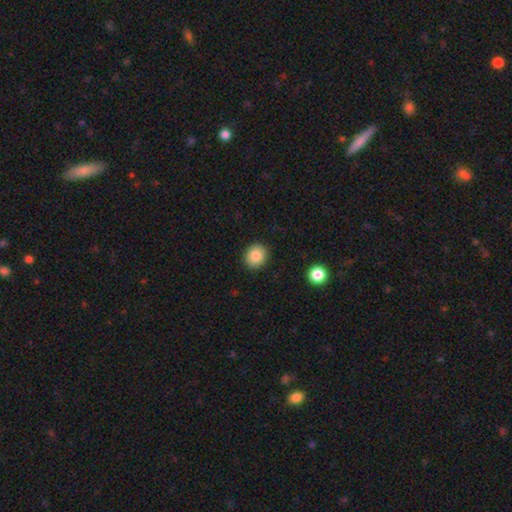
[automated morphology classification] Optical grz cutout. It shows a smooth galaxy with no disk features (85%) that is round (79%). Merging: none (91%).